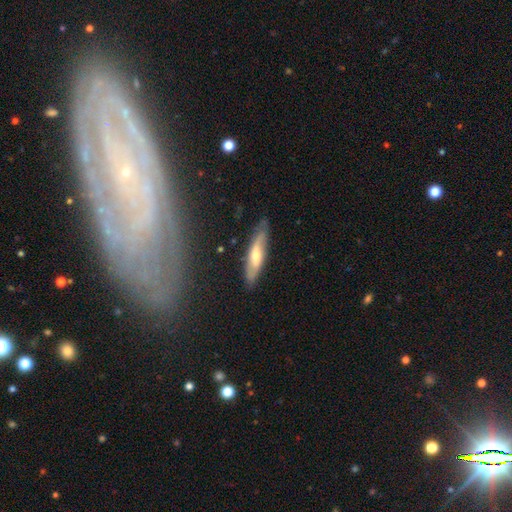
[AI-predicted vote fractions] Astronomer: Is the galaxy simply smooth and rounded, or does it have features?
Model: smooth — 47%, tied with featured or disk at 47%.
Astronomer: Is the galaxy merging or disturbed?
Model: none — 80%.